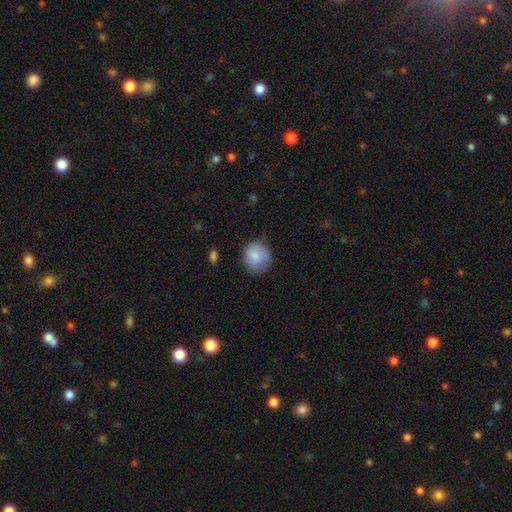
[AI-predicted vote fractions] Smooth or featured? Predicted: smooth (p=0.84). How rounded? Predicted: round (p=0.84). Merging? Predicted: none (p=0.72).